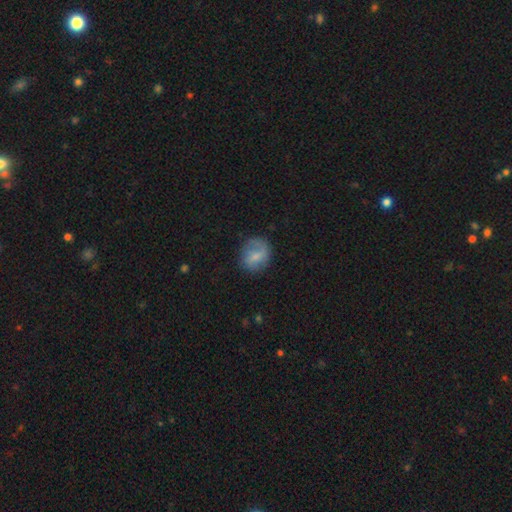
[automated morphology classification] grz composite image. It shows a smooth galaxy with no disk features (60%) that is round (67%). Merging: none (68%).